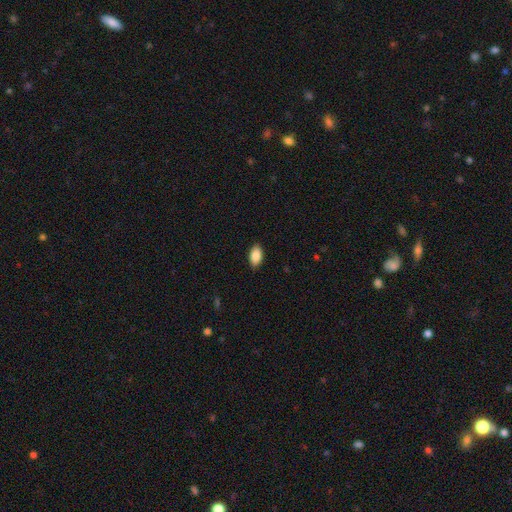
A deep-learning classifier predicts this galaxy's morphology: Smooth or featured? Predicted: smooth (p=0.88). How rounded? Predicted: in between (p=0.94). Merging? Predicted: none (p=0.88).